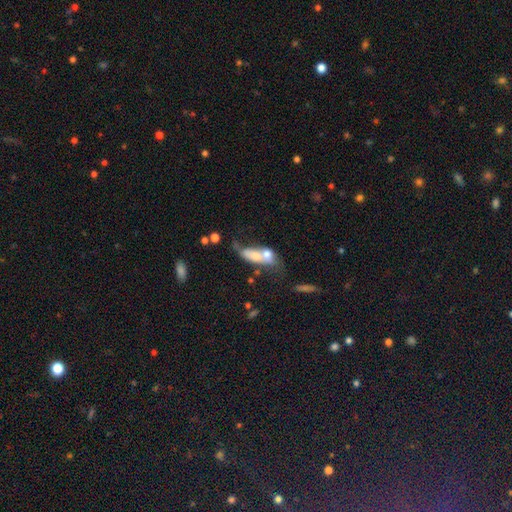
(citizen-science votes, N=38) Smooth or featured? smooth (61%)
How rounded? in between (83%)
Merging? merger (62%)